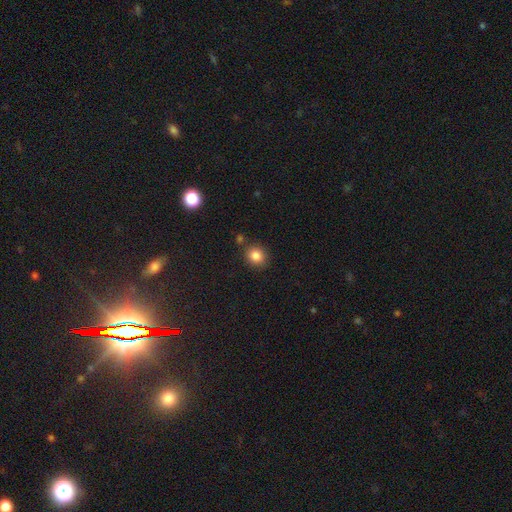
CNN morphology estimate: Smooth or featured?
  - smooth: 85% *
  - star or artifact: 11%
  - featured or disk: 5%
How rounded?
  - round: 78% *
  - in between: 21%
  - cigar-shaped: 1%
Merging?
  - none: 81% *
  - minor disturbance: 10%
  - merger: 6%
  - major disturbance: 3%